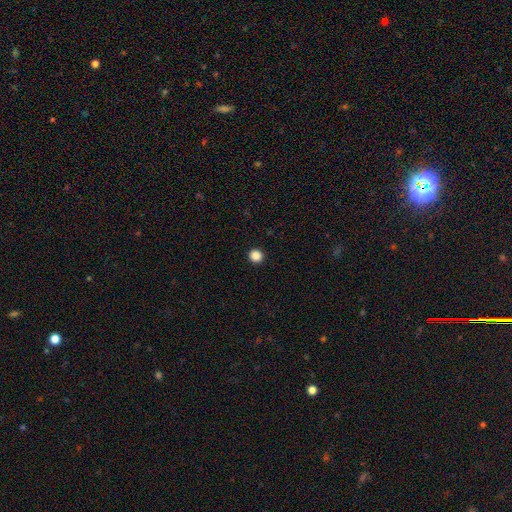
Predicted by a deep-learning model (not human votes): Overall: smooth (87%). How rounded: round (92%). Merging: none (94%).